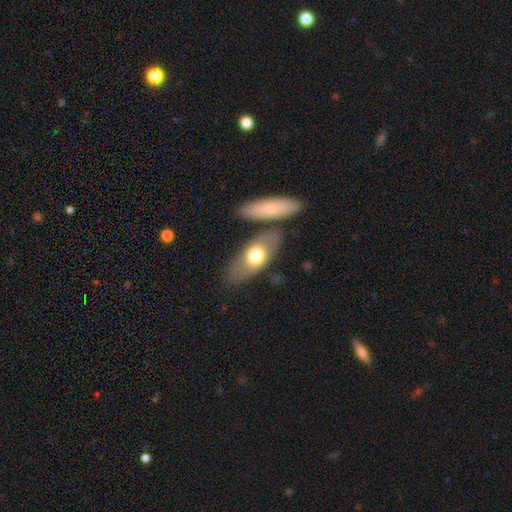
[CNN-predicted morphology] A smooth galaxy with no disk features (62%) that is in between round and cigar-shaped (80%). Merging: none (75%).